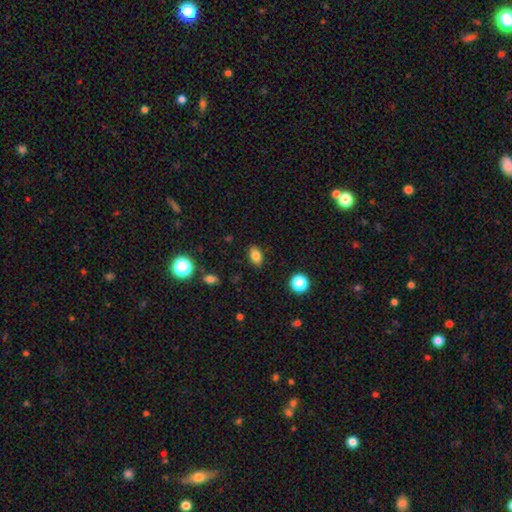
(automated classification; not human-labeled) This is clearly a smooth galaxy (81%). How rounded: clearly in between (84%). Merging: clearly none (87%).